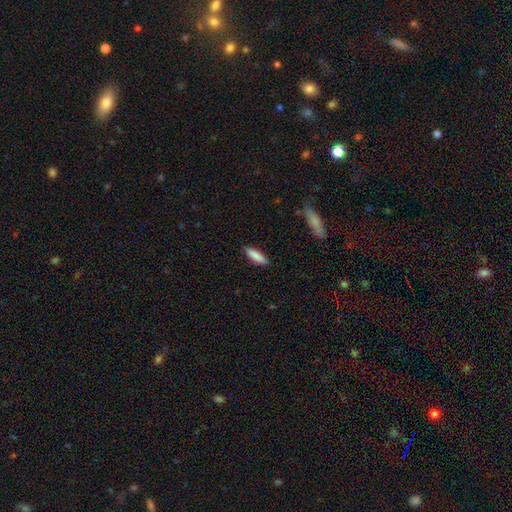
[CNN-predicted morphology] Smooth or featured?
  - smooth: 86% *
  - featured or disk: 8%
  - star or artifact: 6%
How rounded?
  - cigar-shaped: 57% *
  - in between: 42%
  - round: 1%
Merging?
  - none: 87% *
  - minor disturbance: 10%
  - major disturbance: 2%
  - merger: 1%